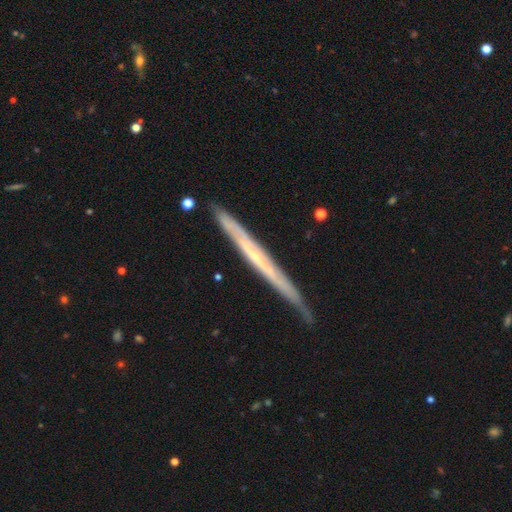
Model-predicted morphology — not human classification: A featured or disk galaxy (69%) viewed edge-on (93%) with no central bulge (74%).

Vote fractions:
- Smooth or featured? featured or disk: 69% / smooth: 26% / star or artifact: 6%
- Edge-on disk? yes: 93% / no: 7%
- Edge-on bulge? none: 74% / rounded: 22% / boxy: 4%
- Merging? none: 81% / minor disturbance: 16% / major disturbance: 2% / merger: 2%